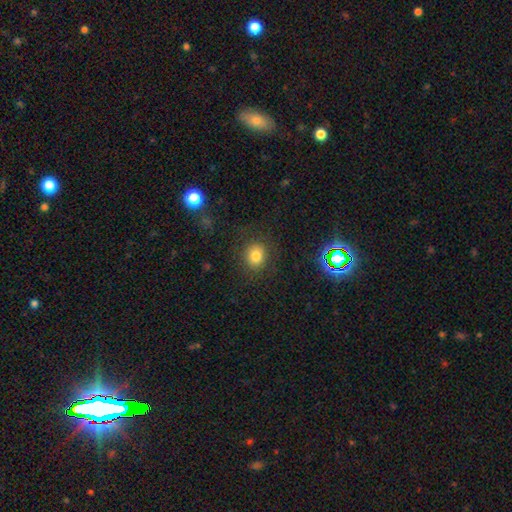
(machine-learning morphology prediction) smooth_or_featured: smooth (p=0.79) [alt: star or artifact p=0.14]
how_rounded: round (p=0.72) [alt: in between p=0.27]
merging: none (p=0.84) [alt: minor disturbance p=0.10]